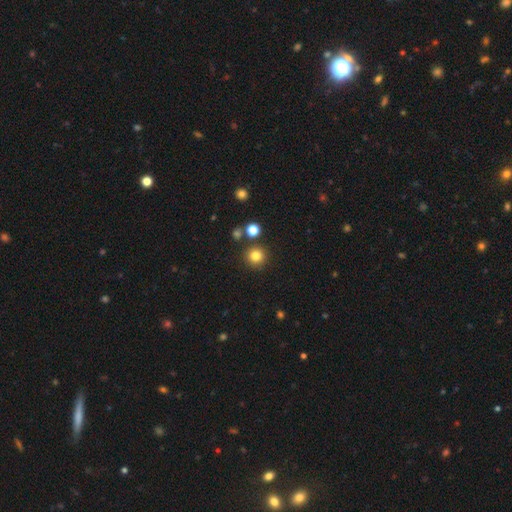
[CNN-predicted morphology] This appears to be a smooth galaxy with no disk features (81%) that is round (95%). Merging: none (86%).